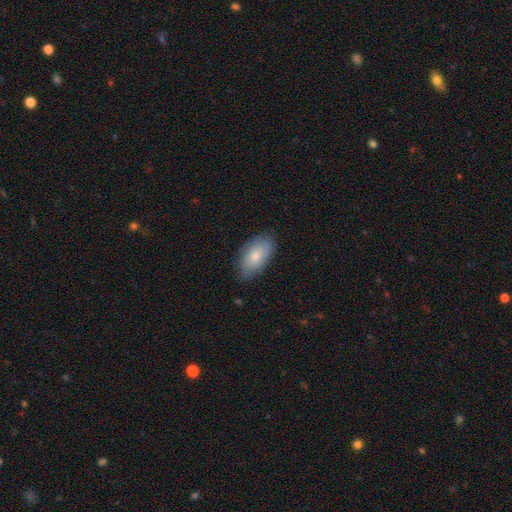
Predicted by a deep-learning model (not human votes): Smooth or featured? smooth (73%)
How rounded? in between (93%)
Merging? none (79%)